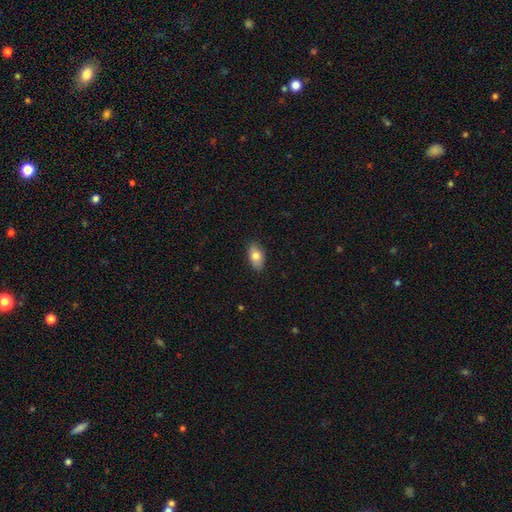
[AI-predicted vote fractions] A smooth galaxy with no disk features (78%) that is in between round and cigar-shaped (91%). Merging: none (87%).